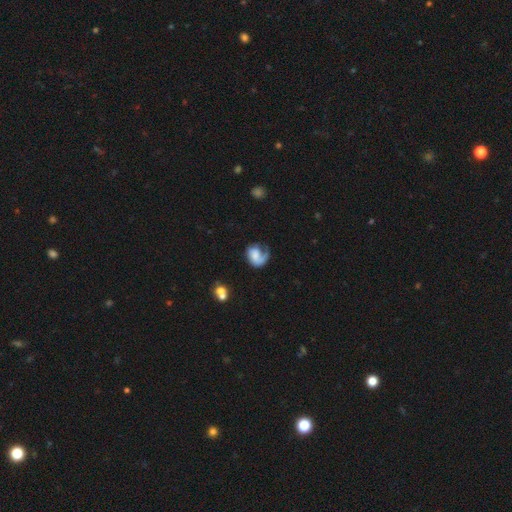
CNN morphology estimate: The model was most divided on "merging": none: 38%, major disturbance: 37%, minor disturbance: 20%, merger: 5%. Remaining: edge-on disk — no (98%); spiral arms — yes (88%); spiral arm count — 1 (85%); bar — no (69%); smooth or featured — featured or disk (61%); spiral winding — loose (39%); bulge size — none (29%).